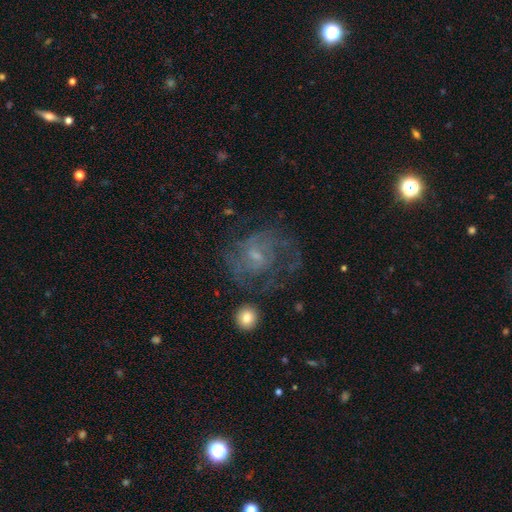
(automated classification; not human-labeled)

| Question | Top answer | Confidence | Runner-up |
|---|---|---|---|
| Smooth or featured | featured or disk | 68% | smooth (19%) |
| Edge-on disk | no | 97% | yes (3%) |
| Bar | no | 53% | weak (41%) |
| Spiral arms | yes | 76% | no (24%) |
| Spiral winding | medium | 44% | tight (35%) |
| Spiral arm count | can't tell | 43% | 2 (31%) |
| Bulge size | small | 61% | moderate (25%) |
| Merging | none | 55% | major disturbance (23%) |